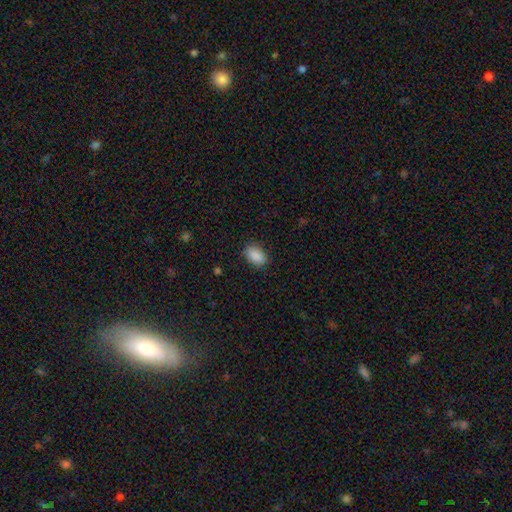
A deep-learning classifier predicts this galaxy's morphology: smooth 89%, star or artifact 7%, featured or disk 3%. Down the decision tree: how rounded — in between (87%); merging — none (85%).